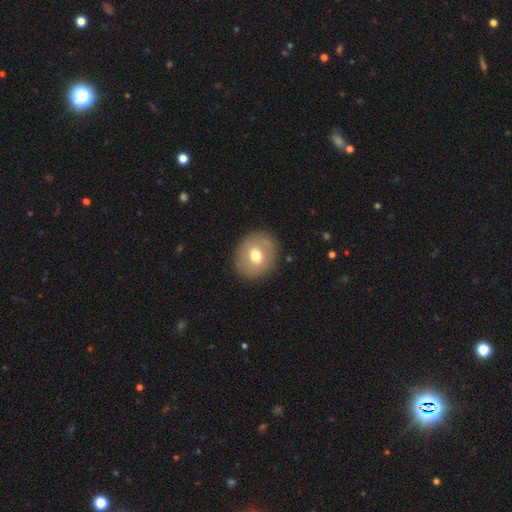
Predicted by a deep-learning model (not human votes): smooth-or-featured: smooth: 62% | featured or disk: 31% | star or artifact: 8%
  how-rounded: round: 71% | in between: 28% | cigar-shaped: 1%
  merging: none: 86% | minor disturbance: 9% | major disturbance: 3% | merger: 1%